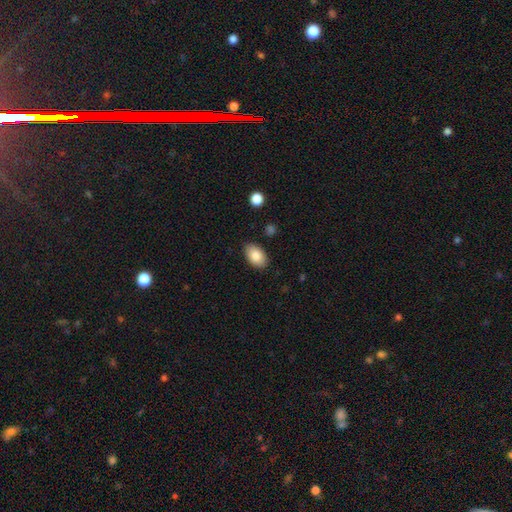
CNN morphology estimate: Overall: smooth (86%). How rounded: in between (92%). Merging: none (86%).